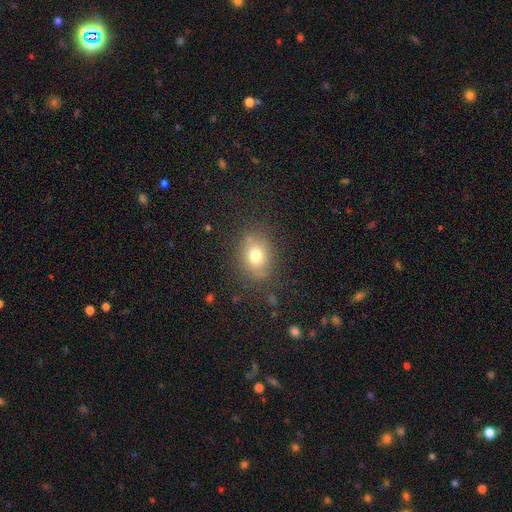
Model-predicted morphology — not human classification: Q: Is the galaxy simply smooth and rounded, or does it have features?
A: smooth — 73%.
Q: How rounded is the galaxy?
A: in between — 56%.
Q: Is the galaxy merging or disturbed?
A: none — 77%.